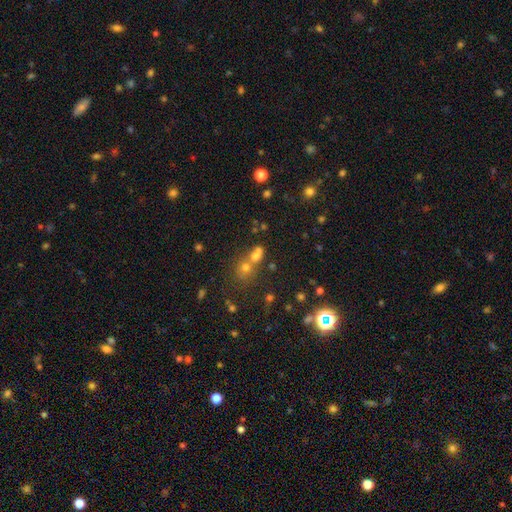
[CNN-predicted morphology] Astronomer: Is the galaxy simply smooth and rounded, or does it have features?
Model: smooth — 56%.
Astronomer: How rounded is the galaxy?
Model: round — 71%.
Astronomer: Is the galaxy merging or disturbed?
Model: merger — 47% (runner-up: none, 41%).